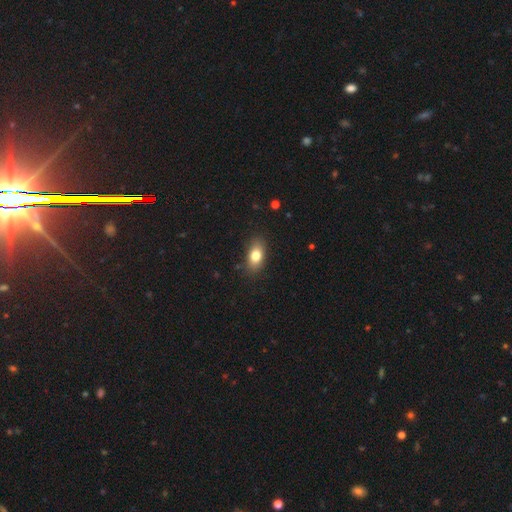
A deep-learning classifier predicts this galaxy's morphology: Smooth or featured? Predicted: smooth (p=0.80). How rounded? Predicted: in between (p=0.85). Merging? Predicted: none (p=0.84).